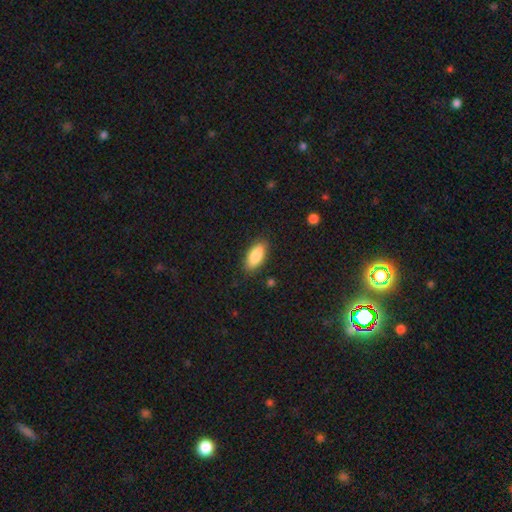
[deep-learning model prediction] smooth 86%, featured or disk 8%, star or artifact 6%. Down the decision tree: how rounded — in between (87%); merging — none (86%).